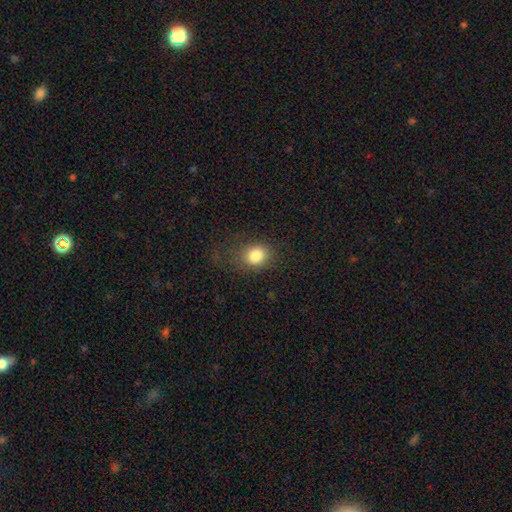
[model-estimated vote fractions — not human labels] Smooth or featured? smooth (83%)
How rounded? round (56%)
Merging? none (70%)